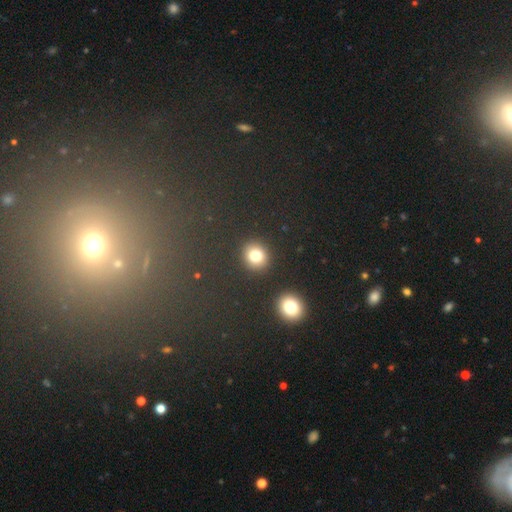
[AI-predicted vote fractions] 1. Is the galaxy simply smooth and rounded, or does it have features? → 77% smooth, 14% star or artifact, 9% featured or disk.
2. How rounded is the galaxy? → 81% round, 18% in between, 1% cigar-shaped.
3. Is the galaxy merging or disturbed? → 88% none, 6% minor disturbance, 3% merger, 3% major disturbance.